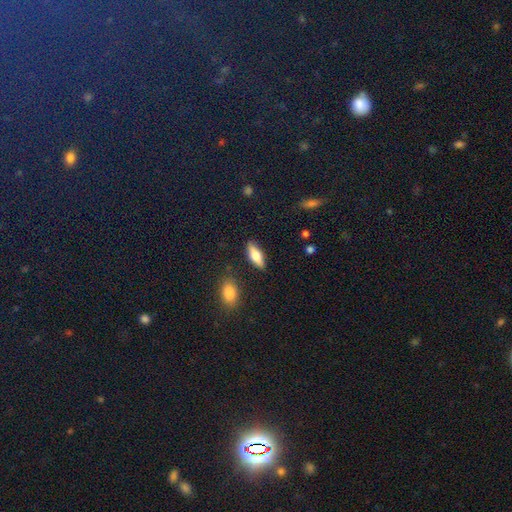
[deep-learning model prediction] This appears to be a smooth galaxy with no disk features (64%) that is in between round and cigar-shaped (61%). Merging: none (86%).